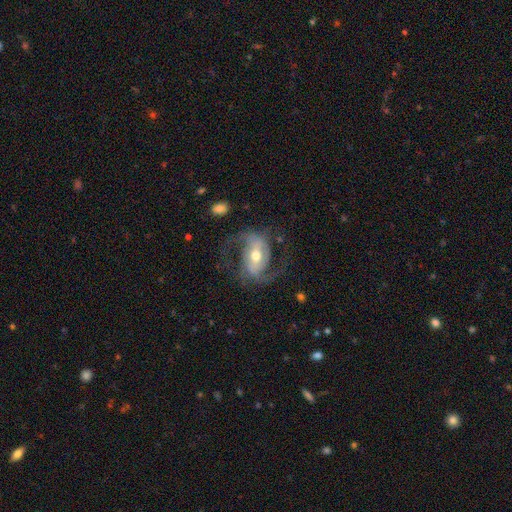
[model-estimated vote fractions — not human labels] Q: Smooth or featured?
A: featured or disk (88%); runner-up: smooth (7%)
Q: Edge-on disk?
A: no (97%); runner-up: yes (3%)
Q: Bar?
A: strong (43%); runner-up: weak (38%)
Q: Spiral arms?
A: yes (96%); runner-up: no (4%)
Q: Spiral winding?
A: medium (52%); runner-up: loose (36%)
Q: Spiral arm count?
A: 2 (87%); runner-up: 3 (5%)
Q: Bulge size?
A: moderate (65%); runner-up: small (27%)
Q: Merging?
A: none (68%); runner-up: minor disturbance (15%)